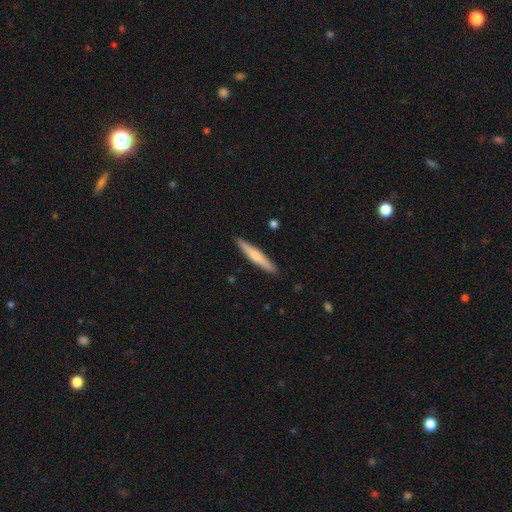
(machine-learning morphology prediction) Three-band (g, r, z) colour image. It shows a smooth galaxy with no disk features (55%) that is cigar-shaped (94%). Merging: none (91%).